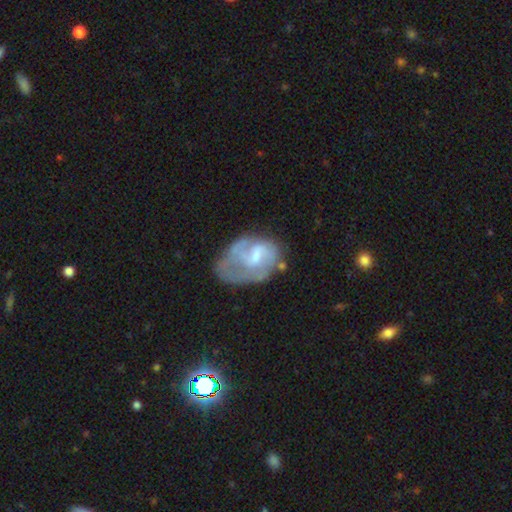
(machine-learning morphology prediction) type=featured or disk (64%); edge-on=no (97%); bar=weak (48%); spiral arms=yes (66%); bulge=small (38%); merging=major disturbance (34%).